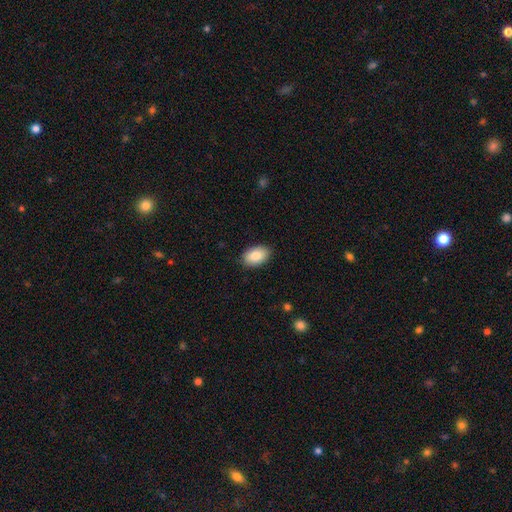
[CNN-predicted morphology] This appears to be a smooth galaxy with no disk features (85%) that is in between round and cigar-shaped (91%). Merging: none (89%).